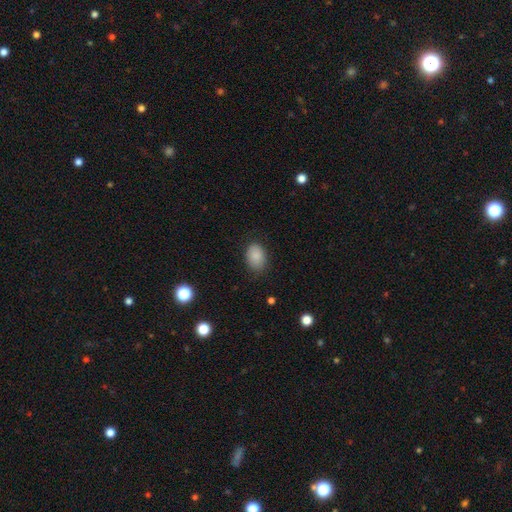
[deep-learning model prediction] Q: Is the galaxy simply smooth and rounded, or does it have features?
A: smooth — 88%.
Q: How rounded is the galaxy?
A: in between — 82%.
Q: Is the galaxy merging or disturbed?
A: none — 79%.